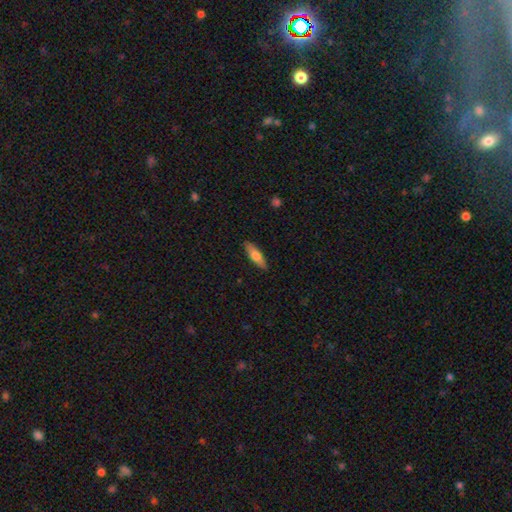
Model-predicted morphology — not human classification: A smooth galaxy with no disk features (70%) that is cigar-shaped (56%).

Vote fractions:
- Smooth or featured? smooth: 70% / featured or disk: 24% / star or artifact: 6%
- How rounded? cigar-shaped: 56% / in between: 42% / round: 2%
- Merging? none: 87% / minor disturbance: 10% / major disturbance: 2% / merger: 1%